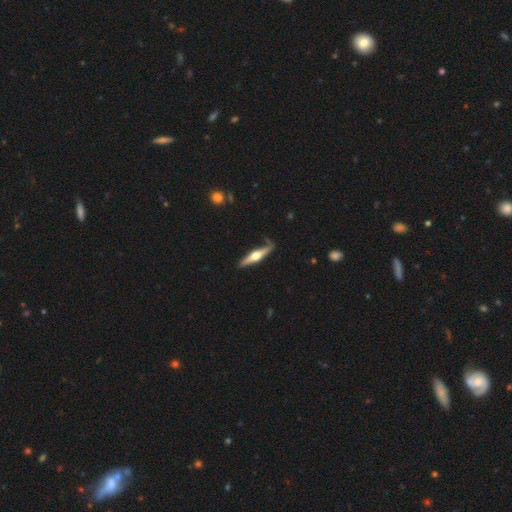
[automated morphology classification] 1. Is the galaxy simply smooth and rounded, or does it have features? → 69% featured or disk, 27% smooth, 4% star or artifact.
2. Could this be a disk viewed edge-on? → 95% yes, 5% no.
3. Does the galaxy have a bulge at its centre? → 95% rounded, 3% boxy, 2% none.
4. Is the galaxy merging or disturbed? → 80% none, 15% minor disturbance, 3% major disturbance, 2% merger.